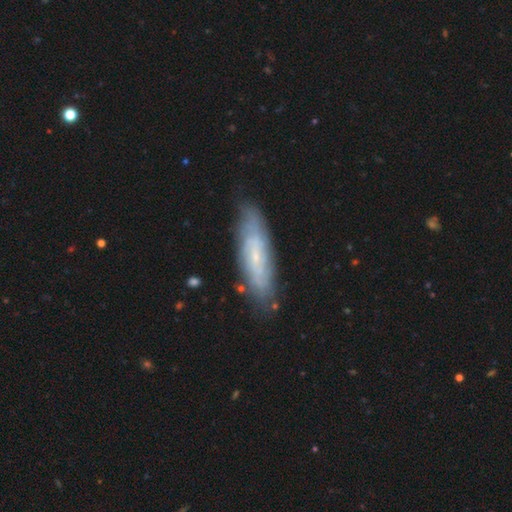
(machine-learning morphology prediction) featured or disk 64%, smooth 29%, star or artifact 7%. Down the decision tree: edge-on disk — no (74%); merging — none (77%).